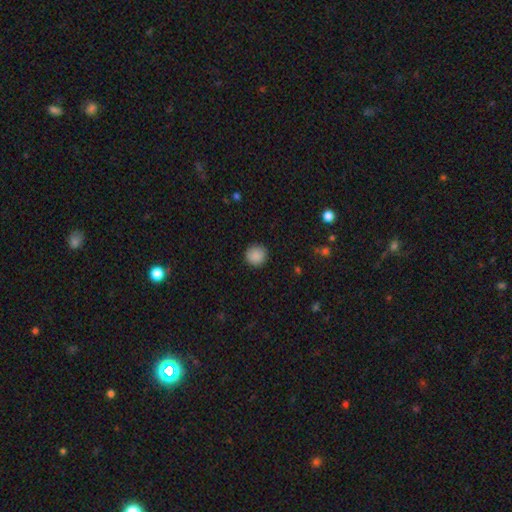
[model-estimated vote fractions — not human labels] A smooth galaxy with no disk features (89%) that is round (92%). Merging: none (91%).